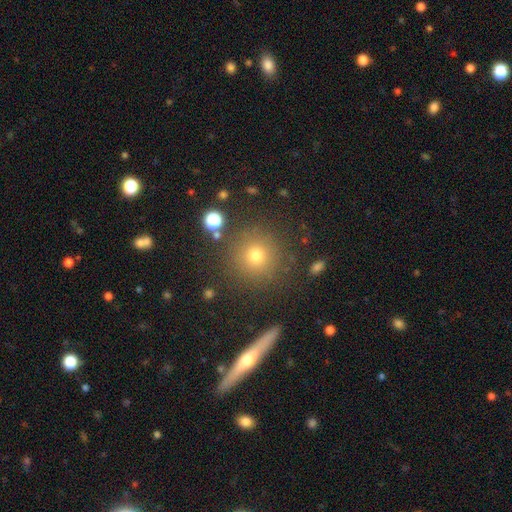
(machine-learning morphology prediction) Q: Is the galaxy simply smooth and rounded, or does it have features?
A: smooth — 72%.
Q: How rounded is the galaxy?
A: round — 94%.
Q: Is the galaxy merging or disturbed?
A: none — 85%.